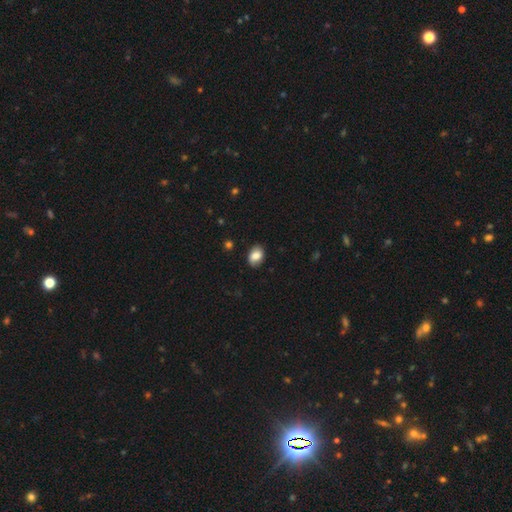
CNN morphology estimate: Smooth or featured: smooth — 82% (featured or disk — 10%)
How rounded: in between — 78% (round — 21%)
Merging: none — 82% (minor disturbance — 14%)